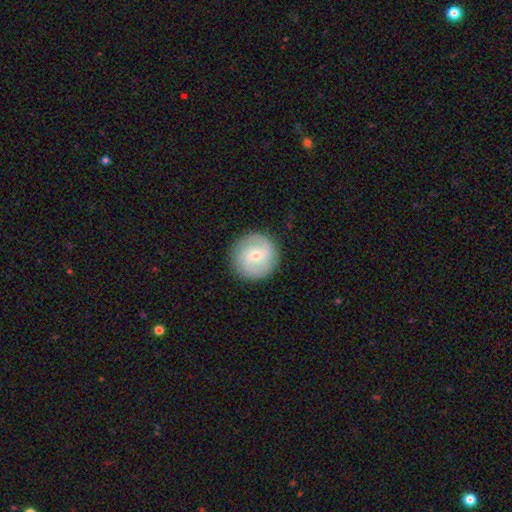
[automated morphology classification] featured or disk 66%, smooth 27%, star or artifact 6%. Down the decision tree: edge-on disk — no (97%); bar — weak (51%); spiral arms — yes (90%); spiral arm count — 2 (59%); spiral winding — medium (44%); bulge size — small (51%); merging — none (89%).